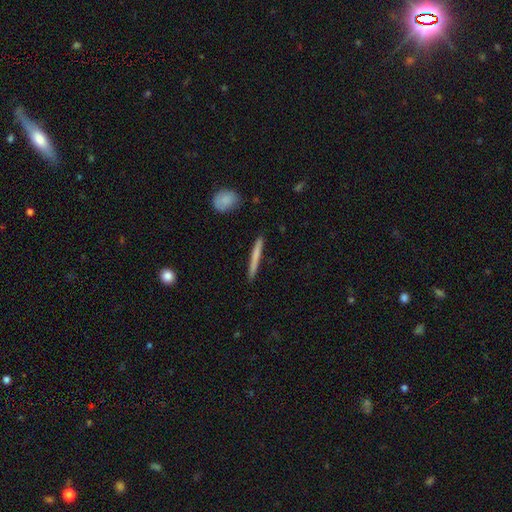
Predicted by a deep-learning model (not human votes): A smooth galaxy with no disk features (65%) that is cigar-shaped (96%).

Vote fractions:
- Smooth or featured? smooth: 65% / featured or disk: 30% / star or artifact: 5%
- How rounded? cigar-shaped: 96% / in between: 2% / round: 2%
- Merging? none: 89% / minor disturbance: 8% / major disturbance: 2% / merger: 1%